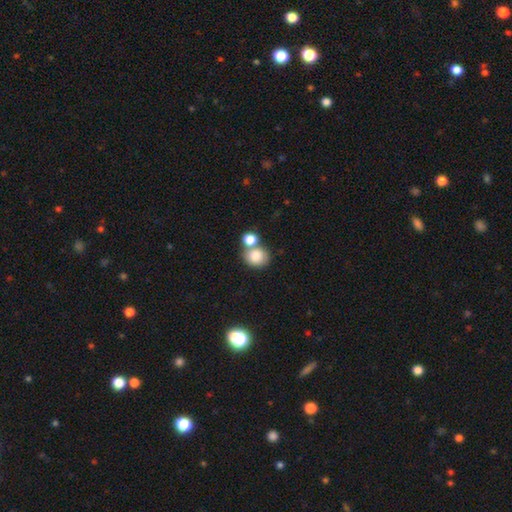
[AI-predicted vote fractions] smooth 82%, star or artifact 9%, featured or disk 9%. Down the decision tree: how rounded — round (69%); merging — none (43%, tied with merger).